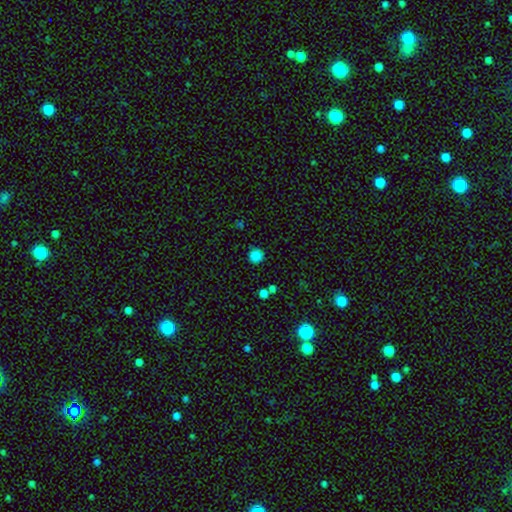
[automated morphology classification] smooth_or_featured: smooth (p=0.84) [alt: star or artifact p=0.12]
how_rounded: round (p=0.95) [alt: in between p=0.04]
merging: none (p=0.88) [alt: minor disturbance p=0.07]